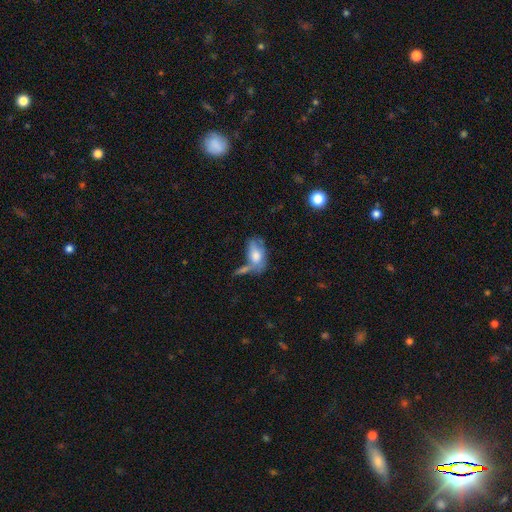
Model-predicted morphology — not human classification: Smooth or featured?
  - smooth: 66% *
  - featured or disk: 27%
  - star or artifact: 8%
How rounded?
  - in between: 90% *
  - round: 6%
  - cigar-shaped: 4%
Merging?
  - none: 35% *
  - merger: 27%
  - minor disturbance: 22%
  - major disturbance: 16%